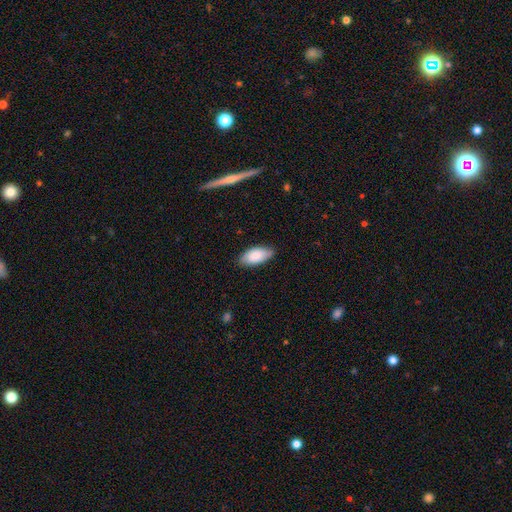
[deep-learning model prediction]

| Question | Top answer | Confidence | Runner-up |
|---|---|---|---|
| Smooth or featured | smooth | 81% | featured or disk (13%) |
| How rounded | in between | 93% | cigar-shaped (5%) |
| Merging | none | 80% | minor disturbance (17%) |